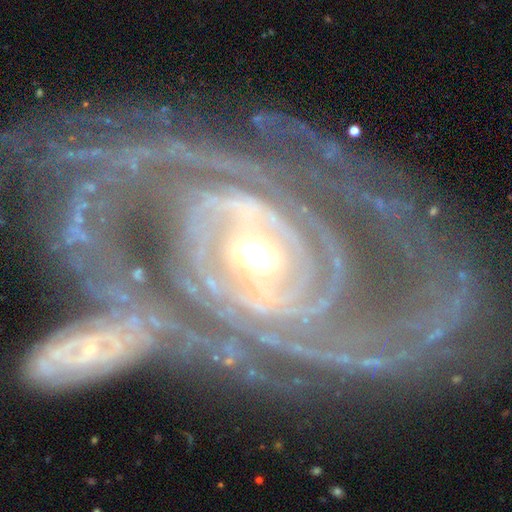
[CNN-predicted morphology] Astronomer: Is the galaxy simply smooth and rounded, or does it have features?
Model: featured or disk — 92%.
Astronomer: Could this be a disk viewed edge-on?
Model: no — 97%.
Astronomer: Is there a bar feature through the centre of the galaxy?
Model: no — 41% (runner-up: weak, 30%).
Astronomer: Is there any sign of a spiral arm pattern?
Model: yes — 96%.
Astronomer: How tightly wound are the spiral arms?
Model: tight — 67%.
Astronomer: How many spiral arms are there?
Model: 2 — 29% (runner-up: can't tell, 20%).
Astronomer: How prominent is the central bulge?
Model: moderate — 62%.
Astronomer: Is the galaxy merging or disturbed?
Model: none — 41% (runner-up: merger, 23%).